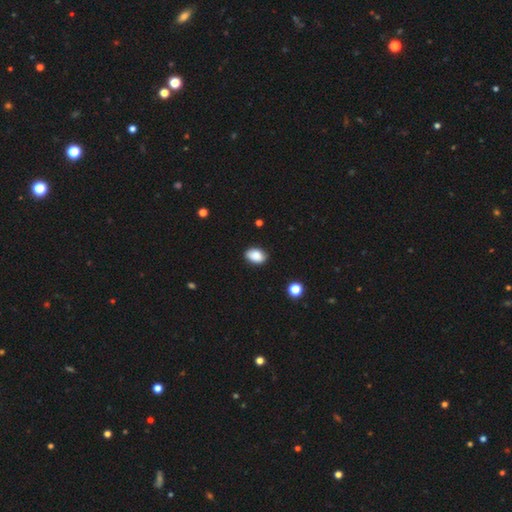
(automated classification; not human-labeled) Smooth or featured: smooth — 88% (star or artifact — 8%)
How rounded: in between — 86% (round — 13%)
Merging: none — 85% (minor disturbance — 11%)